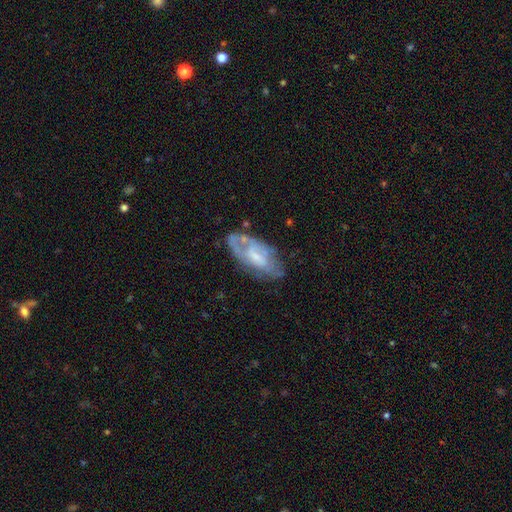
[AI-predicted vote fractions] Smooth or featured: featured or disk — 64% (smooth — 30%)
Edge-on disk: no — 90% (yes — 10%)
Bar: no — 52% (weak — 39%)
Spiral arms: yes — 56% (no — 44%)
Bulge size: small — 45% (moderate — 37%)
Merging: none — 55% (minor disturbance — 27%)